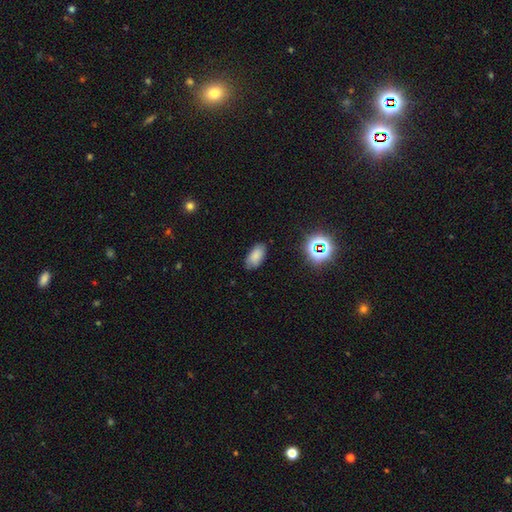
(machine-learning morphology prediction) type=smooth (78%); roundness=in between (93%); merging=none (83%).